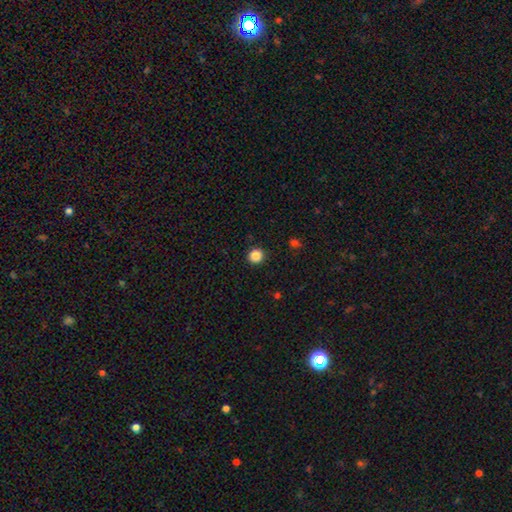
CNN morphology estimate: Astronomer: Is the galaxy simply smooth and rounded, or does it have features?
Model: smooth — 86%.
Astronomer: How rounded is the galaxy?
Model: round — 94%.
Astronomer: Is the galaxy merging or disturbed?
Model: none — 92%.